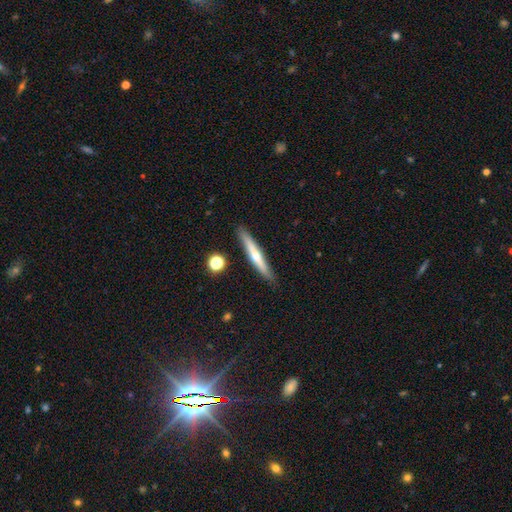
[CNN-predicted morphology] Smooth or featured? Predicted: featured or disk (p=0.50). Edge-on disk? Predicted: yes (p=0.95). Merging? Predicted: none (p=0.89).